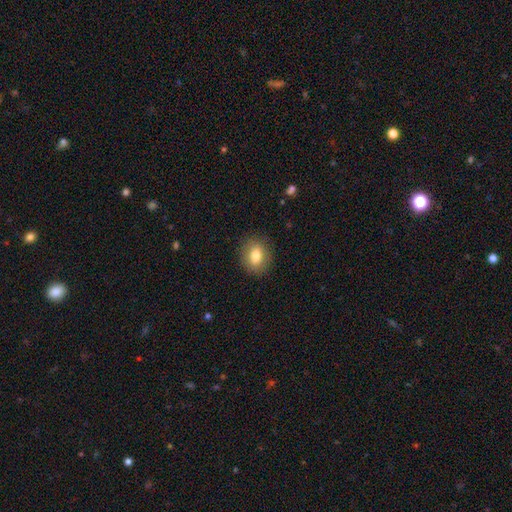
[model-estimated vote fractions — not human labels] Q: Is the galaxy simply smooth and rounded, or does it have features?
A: smooth — 78%.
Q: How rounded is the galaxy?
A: round — 57%.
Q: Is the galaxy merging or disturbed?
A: none — 88%.